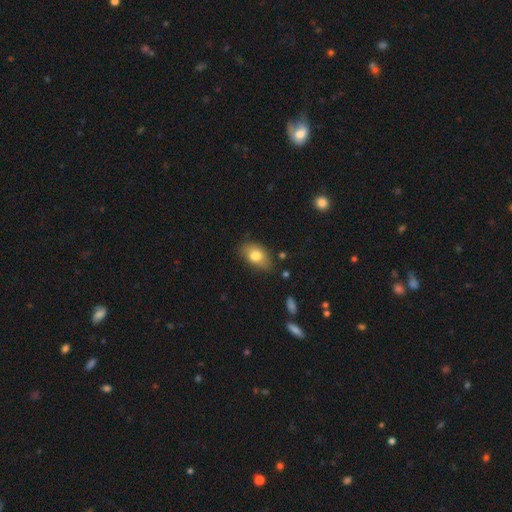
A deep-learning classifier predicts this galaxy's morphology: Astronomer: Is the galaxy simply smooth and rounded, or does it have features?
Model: smooth — 79%.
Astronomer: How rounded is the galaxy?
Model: in between — 87%.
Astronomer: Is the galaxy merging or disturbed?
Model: none — 74%.